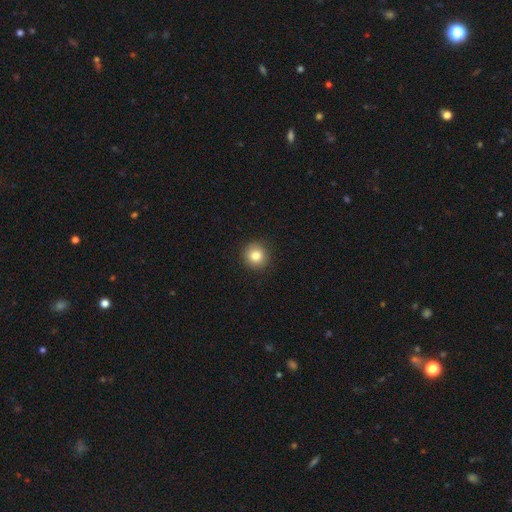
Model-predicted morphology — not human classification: Smooth or featured? smooth (83%)
How rounded? round (93%)
Merging? none (91%)